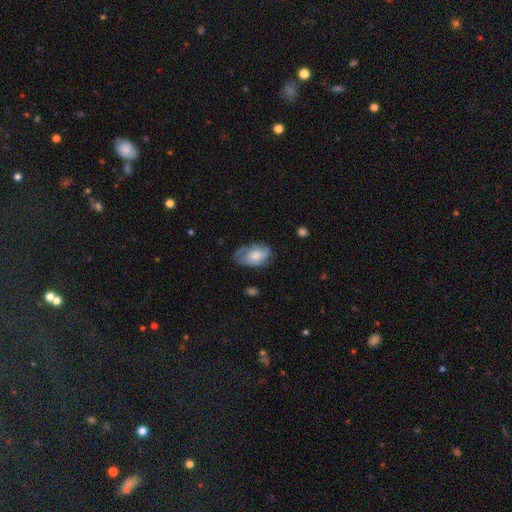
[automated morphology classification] A smooth galaxy with no disk features (57%) that is in between round and cigar-shaped (91%).

Vote fractions:
- Smooth or featured? smooth: 57% / featured or disk: 36% / star or artifact: 7%
- How rounded? in between: 91% / round: 8% / cigar-shaped: 2%
- Merging? none: 55% / minor disturbance: 30% / major disturbance: 13% / merger: 2%